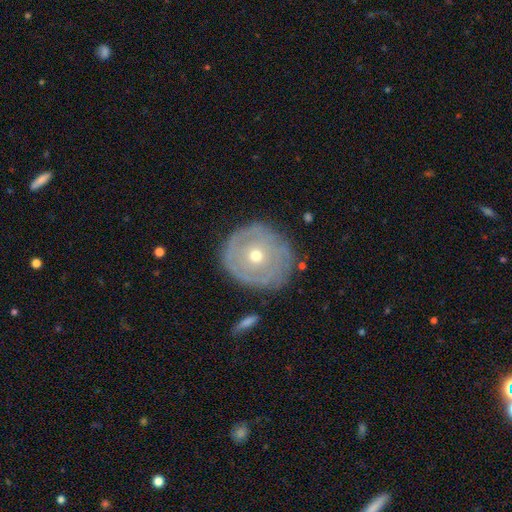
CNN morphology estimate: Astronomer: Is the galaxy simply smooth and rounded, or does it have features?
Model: featured or disk — 63%.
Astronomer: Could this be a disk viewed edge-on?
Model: no — 96%.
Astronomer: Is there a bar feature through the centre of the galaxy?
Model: no — 88%.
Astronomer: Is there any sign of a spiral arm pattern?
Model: yes — 54% (runner-up: no, 46%).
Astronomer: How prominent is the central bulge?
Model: small — 50% (runner-up: moderate, 47%).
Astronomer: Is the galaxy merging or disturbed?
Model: none — 78%.